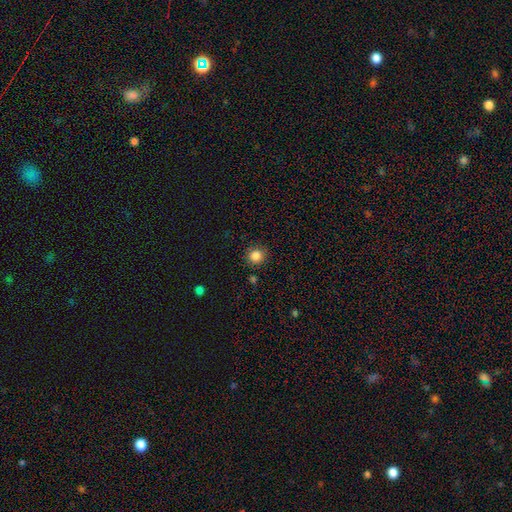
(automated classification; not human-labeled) The model was most divided on "smooth or featured": smooth: 85%, star or artifact: 11%, featured or disk: 4%. More confident: how rounded — round (92%); merging — none (88%).